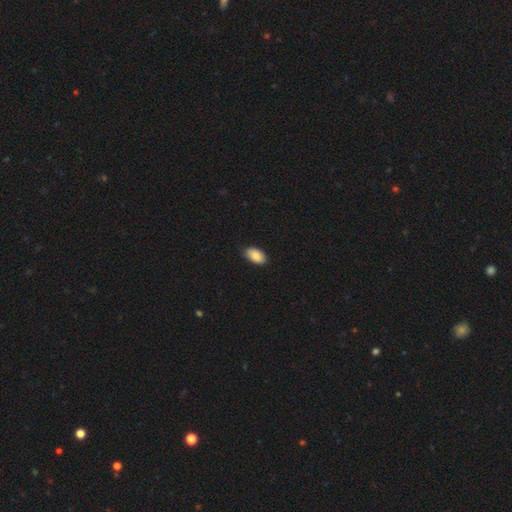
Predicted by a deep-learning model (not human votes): The model was most divided on "merging": none: 87%, minor disturbance: 11%, major disturbance: 2%, merger: 1%. More confident: how rounded — in between (94%); smooth or featured — smooth (88%).